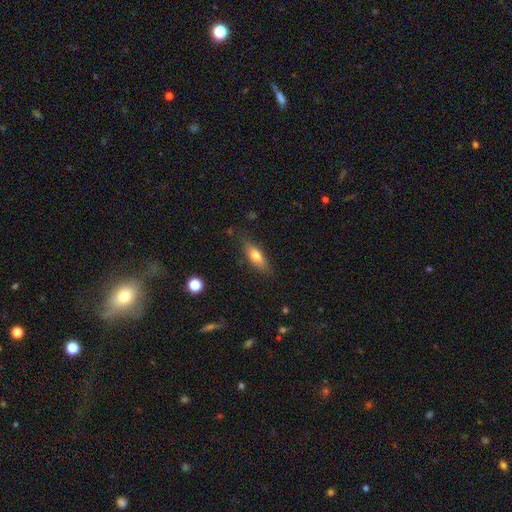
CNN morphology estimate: A smooth galaxy with no disk features (65%) that is in between round and cigar-shaped (58%).

Vote fractions:
- Smooth or featured? smooth: 65% / featured or disk: 27% / star or artifact: 7%
- How rounded? in between: 58% / cigar-shaped: 39% / round: 3%
- Merging? none: 78% / minor disturbance: 16% / major disturbance: 4% / merger: 2%